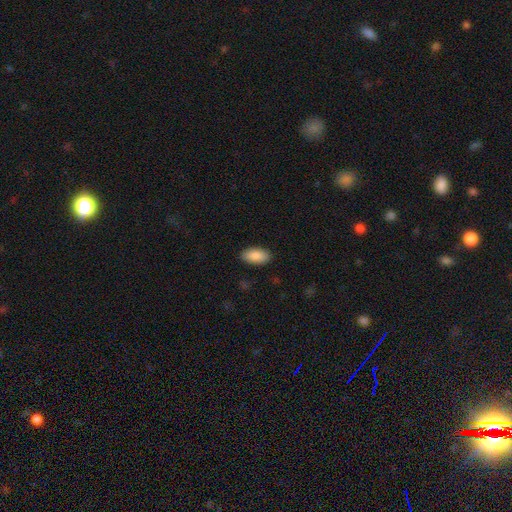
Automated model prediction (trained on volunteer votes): Morphology: type=smooth (88%); roundness=in between (94%); merging=none (89%).